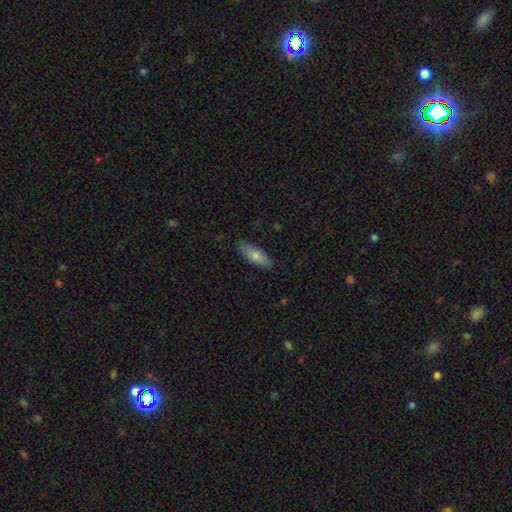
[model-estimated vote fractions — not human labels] Smooth or featured?
  - smooth: 75% *
  - featured or disk: 19%
  - star or artifact: 6%
How rounded?
  - in between: 73% *
  - cigar-shaped: 25%
  - round: 2%
Merging?
  - none: 78% *
  - minor disturbance: 18%
  - major disturbance: 3%
  - merger: 1%